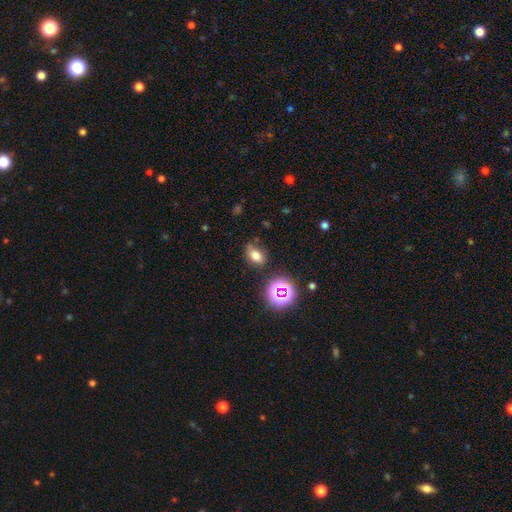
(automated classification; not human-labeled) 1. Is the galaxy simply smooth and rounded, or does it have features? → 72% smooth, 19% star or artifact, 9% featured or disk.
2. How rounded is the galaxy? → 79% in between, 19% round, 2% cigar-shaped.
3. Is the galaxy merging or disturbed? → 70% none, 20% minor disturbance, 5% major disturbance, 5% merger.